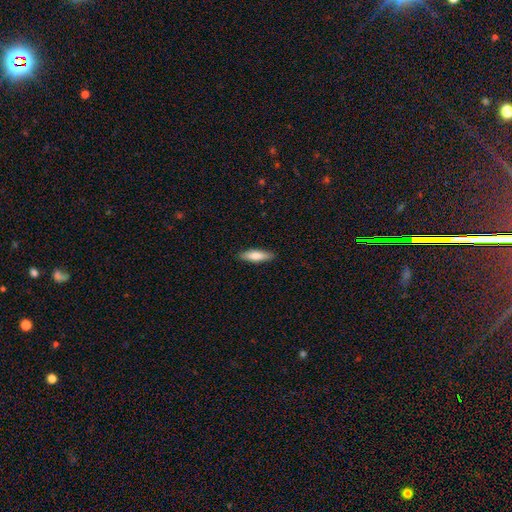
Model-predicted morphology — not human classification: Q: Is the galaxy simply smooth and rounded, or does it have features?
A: smooth — 75%.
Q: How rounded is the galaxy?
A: cigar-shaped — 62%.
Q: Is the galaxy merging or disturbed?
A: none — 88%.